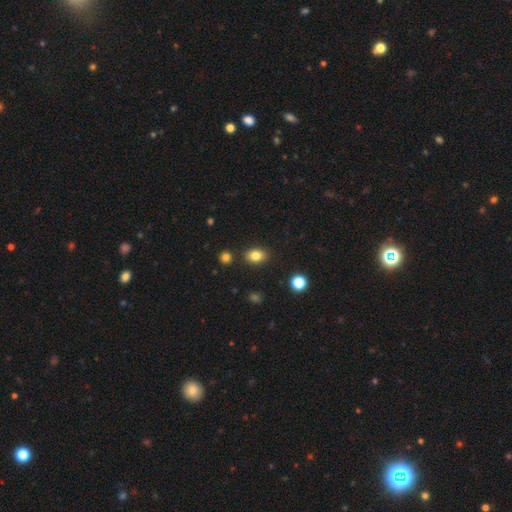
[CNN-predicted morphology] Smooth or featured? smooth (82%)
How rounded? in between (69%)
Merging? none (86%)